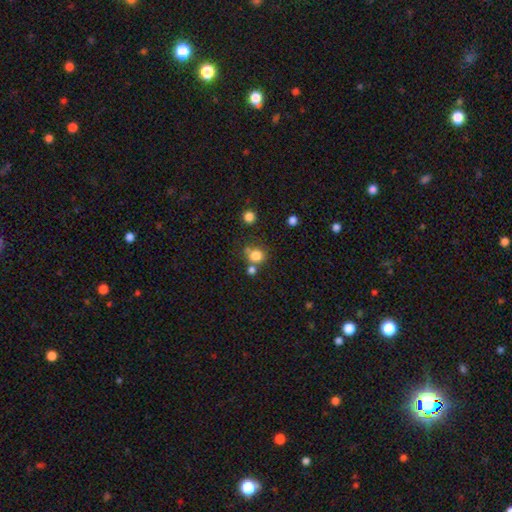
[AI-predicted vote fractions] Overall: smooth (80%). How rounded: round (74%). Merging: none (54%; merger 24%).